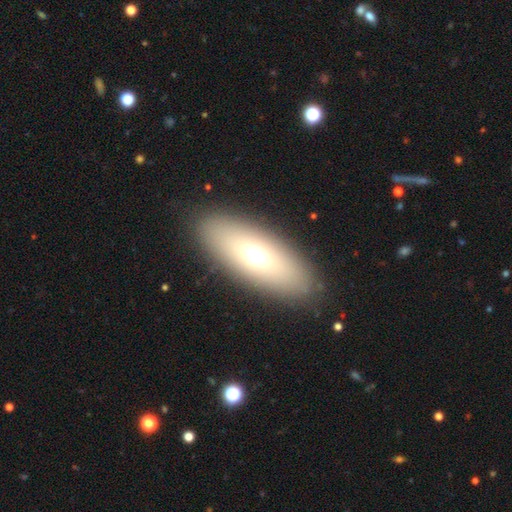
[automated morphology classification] smooth-or-featured: smooth: 63% | featured or disk: 26% | star or artifact: 11%
  how-rounded: in between: 75% | cigar-shaped: 20% | round: 5%
  merging: none: 87% | minor disturbance: 8% | major disturbance: 4% | merger: 1%